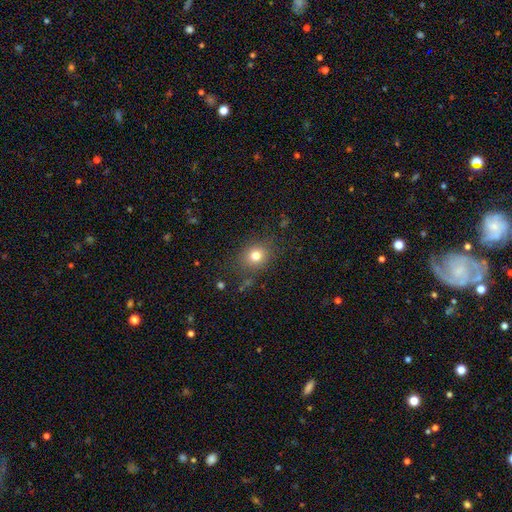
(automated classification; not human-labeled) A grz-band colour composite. It shows a smooth galaxy with no disk features (77%) that is round (67%). Merging: none (81%).